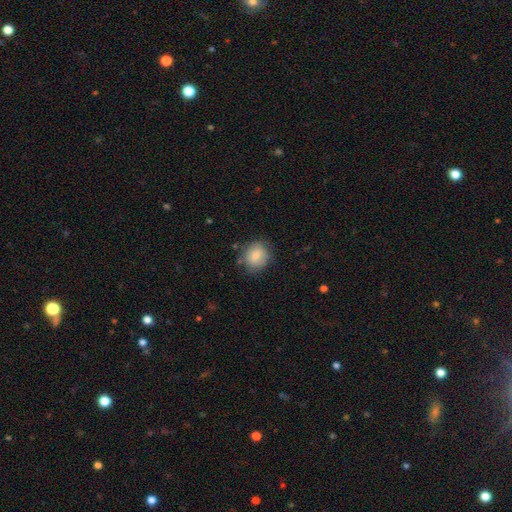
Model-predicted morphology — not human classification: This is clearly a smooth galaxy (80%). How rounded: likely round (73%). Merging: likely none (75%).